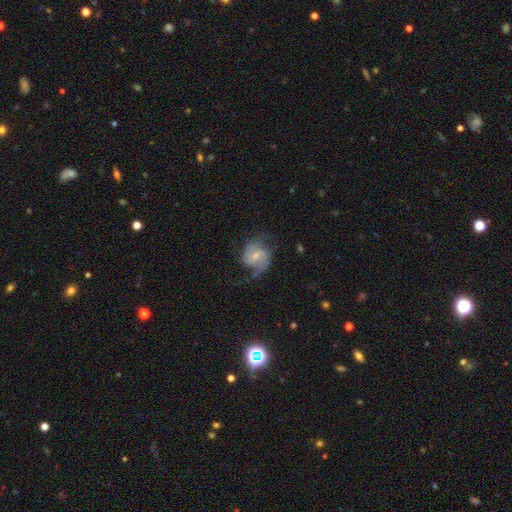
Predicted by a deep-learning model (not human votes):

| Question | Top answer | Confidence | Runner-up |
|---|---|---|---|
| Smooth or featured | featured or disk | 73% | smooth (21%) |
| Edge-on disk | no | 98% | yes (2%) |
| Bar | weak | 52% | no (36%) |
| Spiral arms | yes | 92% | no (8%) |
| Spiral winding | medium | 47% | loose (34%) |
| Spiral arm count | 2 | 83% | can't tell (8%) |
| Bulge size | small | 54% | moderate (35%) |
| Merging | none | 61% | minor disturbance (20%) |